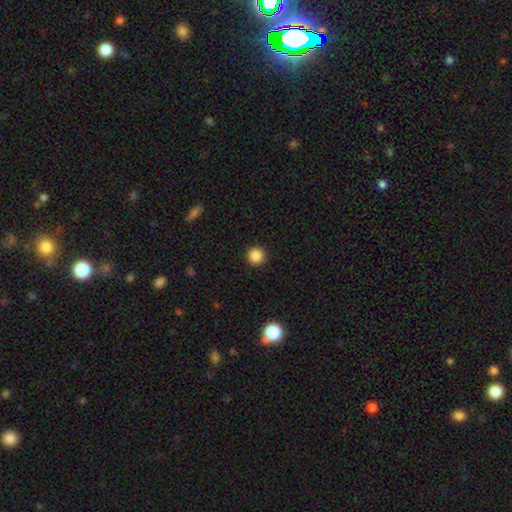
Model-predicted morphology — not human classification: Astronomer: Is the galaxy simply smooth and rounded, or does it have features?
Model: smooth — 87%.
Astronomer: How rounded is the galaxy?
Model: round — 95%.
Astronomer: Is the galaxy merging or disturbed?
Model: none — 92%.